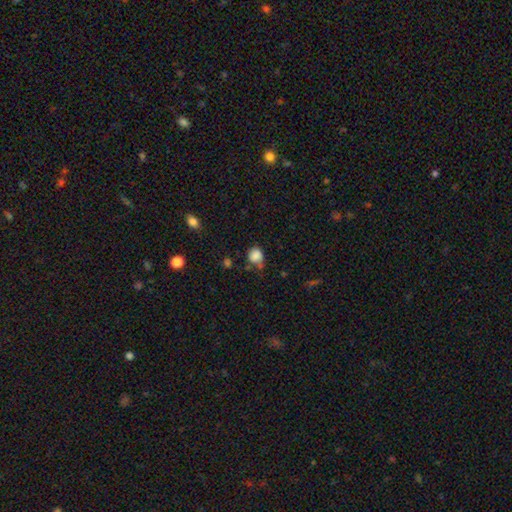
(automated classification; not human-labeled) Morphology: type=smooth (84%); roundness=round (69%); merging=none (53%).